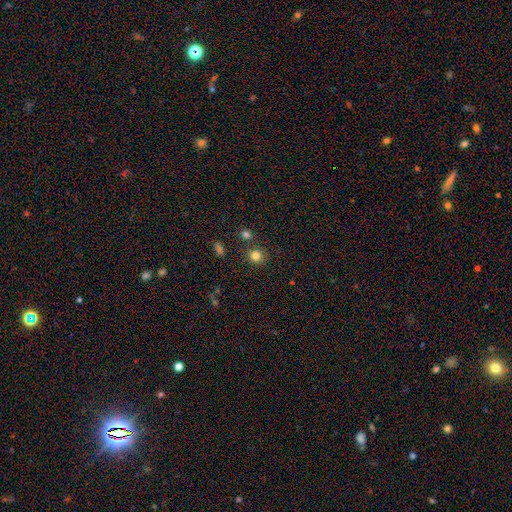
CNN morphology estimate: The model was most divided on "smooth or featured": smooth: 81%, star or artifact: 13%, featured or disk: 6%. More confident: how rounded — round (87%); merging — none (81%).